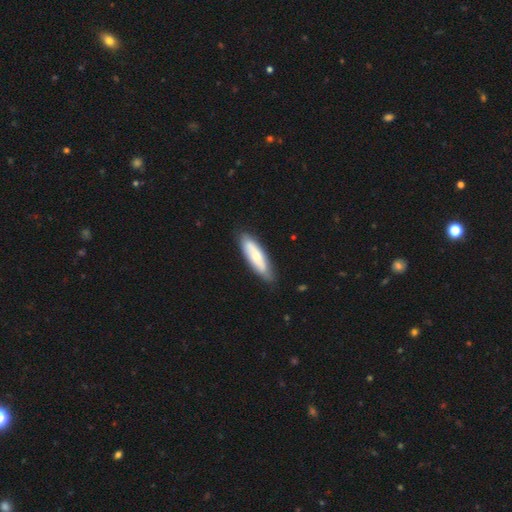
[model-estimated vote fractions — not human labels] Morphology: type=smooth (56%); roundness=in between (50%); merging=none (82%).